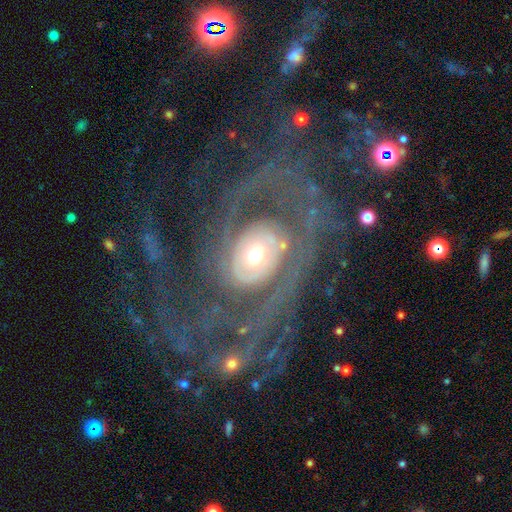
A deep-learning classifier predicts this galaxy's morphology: This is clearly a featured or disk galaxy (85%). It is clearly not viewed edge-on (96%). Bar: likely no (78%). Spiral arm pattern: clearly yes (85%). Spiral arm count: marginally 2 (37%). Spiral winding: possibly tight (51%). Central bulge: likely moderate (63%). Merging: possibly none (57%).